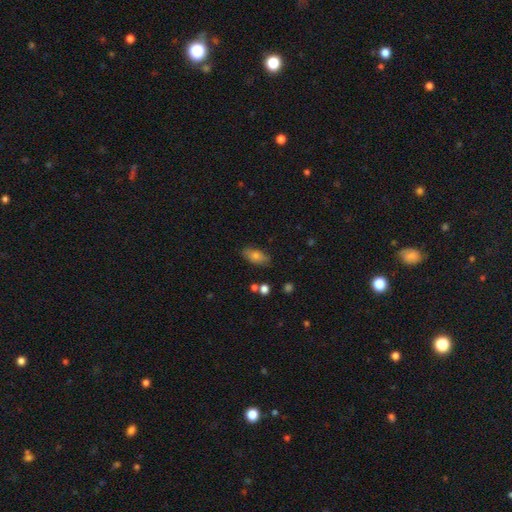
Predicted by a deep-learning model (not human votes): A smooth galaxy with no disk features (73%) that is in between round and cigar-shaped (87%).

Vote fractions:
- Smooth or featured? smooth: 73% / featured or disk: 18% / star or artifact: 8%
- How rounded? in between: 87% / cigar-shaped: 9% / round: 4%
- Merging? none: 81% / minor disturbance: 14% / major disturbance: 3% / merger: 2%